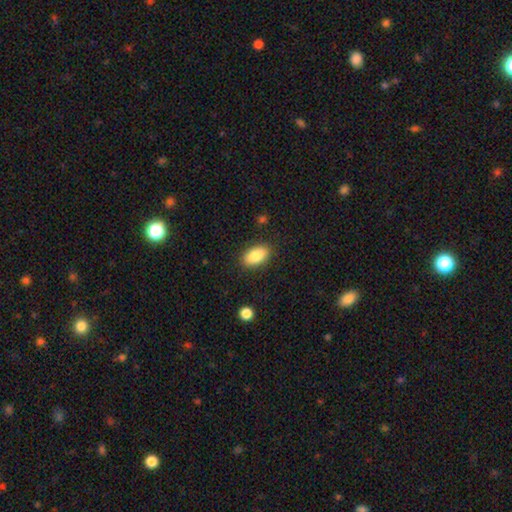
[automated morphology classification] smooth-or-featured: smooth: 86% | featured or disk: 7% | star or artifact: 7%
  how-rounded: in between: 93% | round: 5% | cigar-shaped: 3%
  merging: none: 87% | minor disturbance: 9% | major disturbance: 3% | merger: 1%